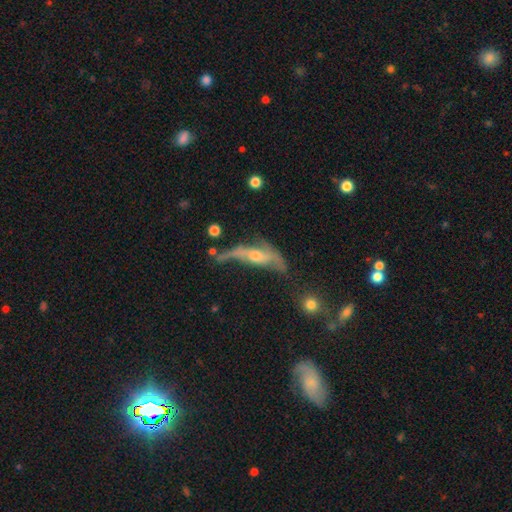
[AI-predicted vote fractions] This appears to be a featured or disk galaxy (67%). Merging: major disturbance (41%).